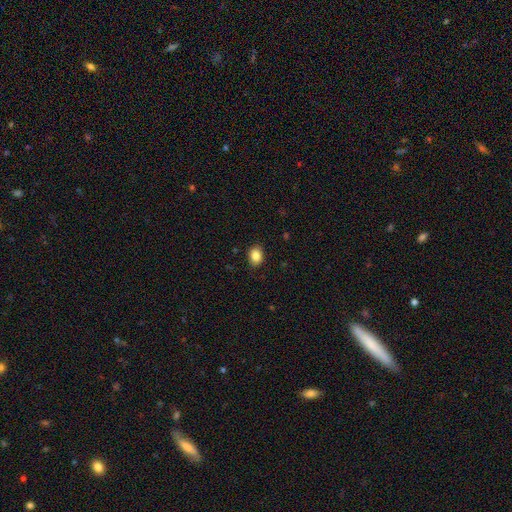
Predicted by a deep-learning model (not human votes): This appears to be a smooth galaxy with no disk features (87%) that is in between round and cigar-shaped (62%). Merging: none (88%).